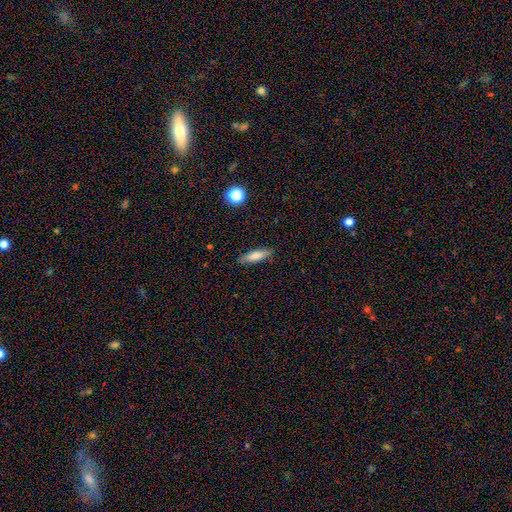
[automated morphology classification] Overall: smooth (80%). How rounded: cigar-shaped (55%; in between 42%). Merging: none (84%).